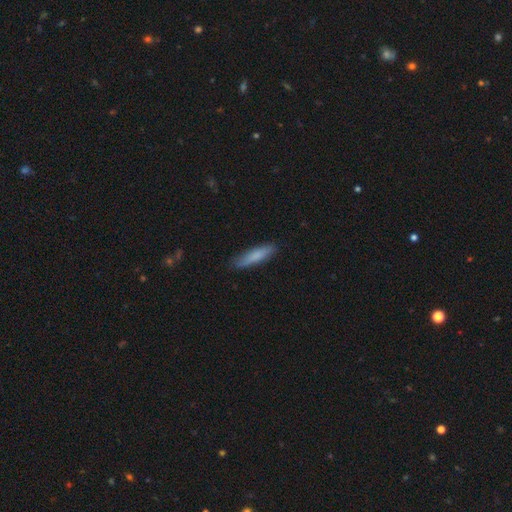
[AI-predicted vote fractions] Smooth or featured? Predicted: smooth (p=0.79). How rounded? Predicted: cigar-shaped (p=0.83). Merging? Predicted: none (p=0.86).